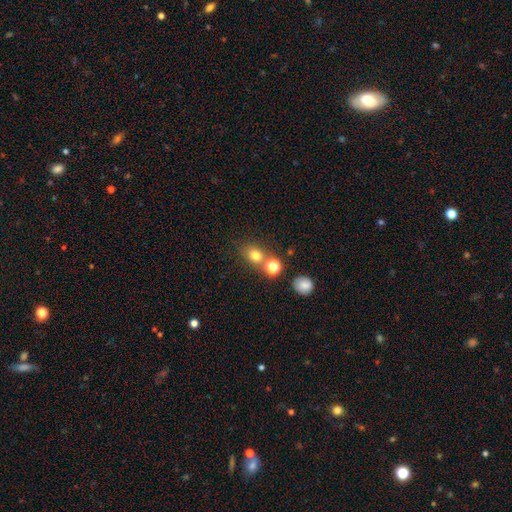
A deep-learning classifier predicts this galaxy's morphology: A smooth galaxy with no disk features (77%) that is round (60%).

Vote fractions:
- Smooth or featured? smooth: 77% / star or artifact: 15% / featured or disk: 8%
- How rounded? round: 60% / in between: 38% / cigar-shaped: 1%
- Merging? none: 62% / merger: 23% / minor disturbance: 10% / major disturbance: 4%